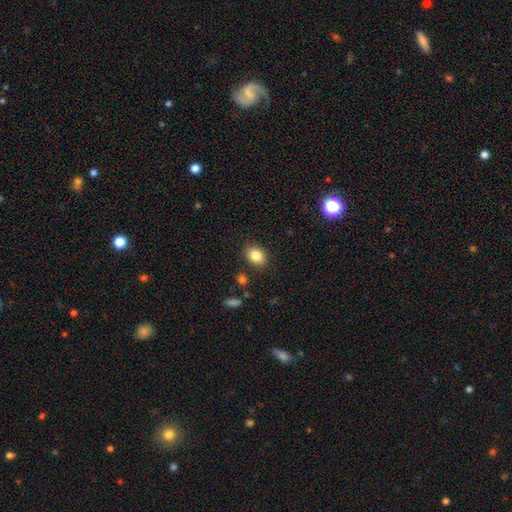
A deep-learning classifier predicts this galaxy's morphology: A smooth galaxy with no disk features (84%) that is in between round and cigar-shaped (65%).

Vote fractions:
- Smooth or featured? smooth: 84% / star or artifact: 9% / featured or disk: 7%
- How rounded? in between: 65% / round: 34% / cigar-shaped: 1%
- Merging? none: 87% / minor disturbance: 9% / major disturbance: 2% / merger: 2%